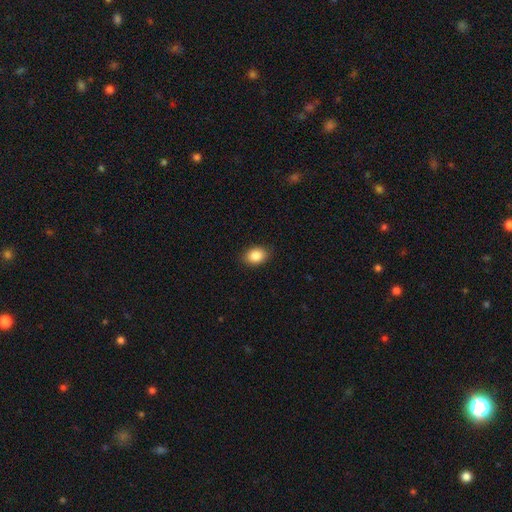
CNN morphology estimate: smooth 87%, star or artifact 8%, featured or disk 5%. Down the decision tree: how rounded — in between (72%); merging — none (88%).